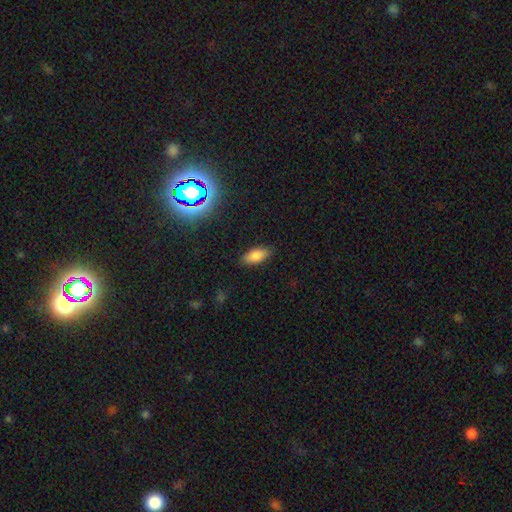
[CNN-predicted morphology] smooth_or_featured: smooth (p=0.82) [alt: star or artifact p=0.10]
how_rounded: in between (p=0.86) [alt: cigar-shaped p=0.11]
merging: none (p=0.84) [alt: minor disturbance p=0.12]